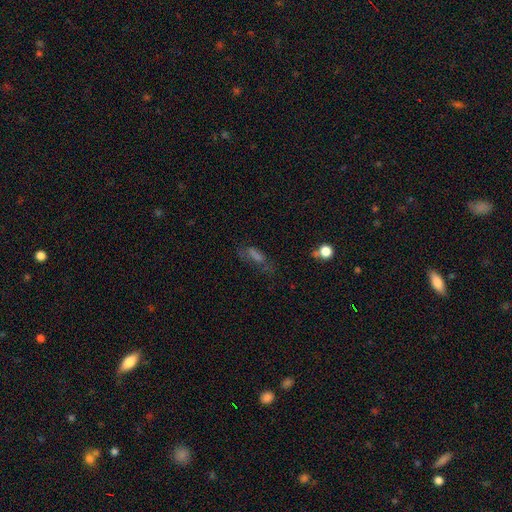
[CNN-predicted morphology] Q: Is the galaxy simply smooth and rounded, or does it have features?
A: smooth — 45%.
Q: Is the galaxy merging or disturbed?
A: none — 54%.